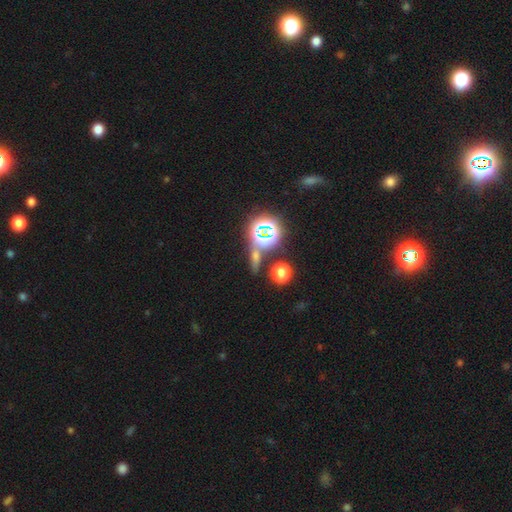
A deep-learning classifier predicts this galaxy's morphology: A star or artifact, not a galaxy (46%).